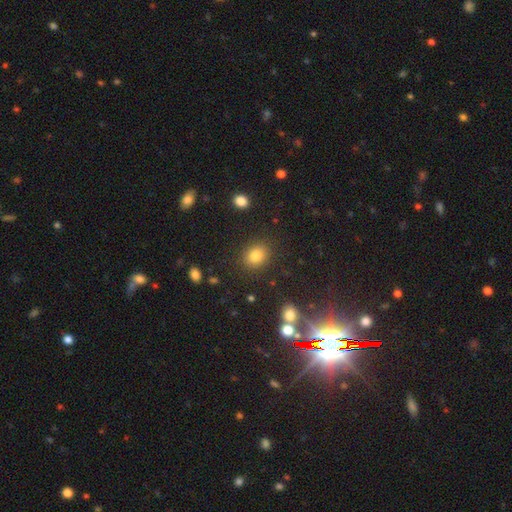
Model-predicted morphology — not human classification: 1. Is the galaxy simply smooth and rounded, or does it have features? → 81% smooth, 12% star or artifact, 7% featured or disk.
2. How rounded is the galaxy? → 56% round, 43% in between, 1% cigar-shaped.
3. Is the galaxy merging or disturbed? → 86% none, 9% minor disturbance, 3% major disturbance, 2% merger.